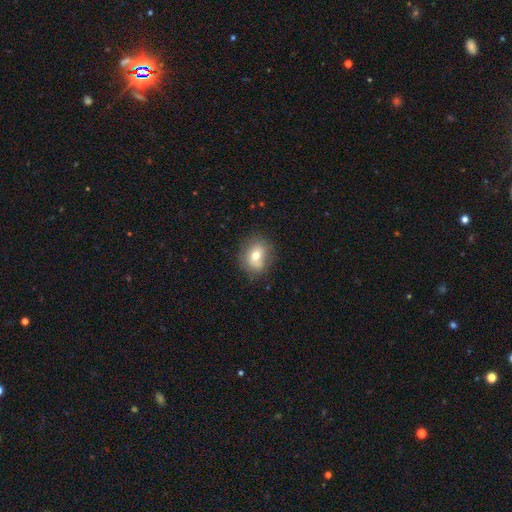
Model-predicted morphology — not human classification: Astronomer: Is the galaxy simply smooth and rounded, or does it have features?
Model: smooth — 69%.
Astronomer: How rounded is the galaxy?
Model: round — 61% (runner-up: in between, 37%).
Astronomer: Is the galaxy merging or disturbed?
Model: none — 76%.